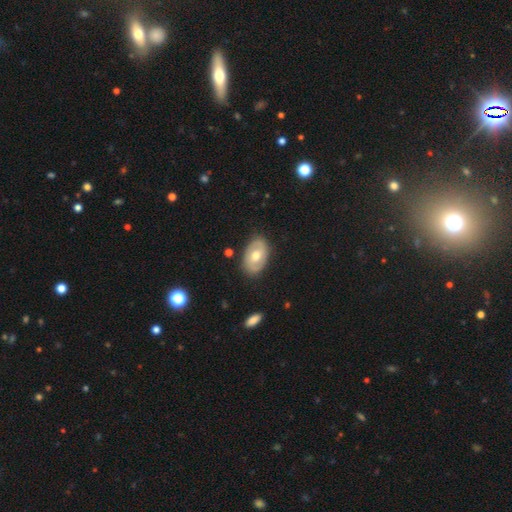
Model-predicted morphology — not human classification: Q: Smooth or featured?
A: featured or disk (51%); runner-up: smooth (43%)
Q: Edge-on disk?
A: no (93%); runner-up: yes (7%)
Q: Merging?
A: none (83%); runner-up: minor disturbance (13%)